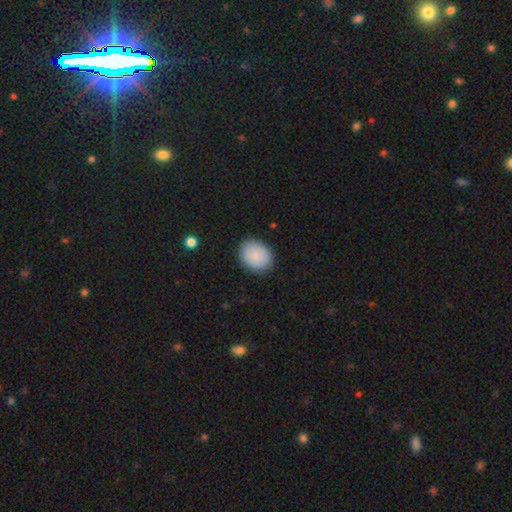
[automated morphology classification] smooth 88%, star or artifact 7%, featured or disk 5%. Down the decision tree: how rounded — round (51%); merging — none (87%).